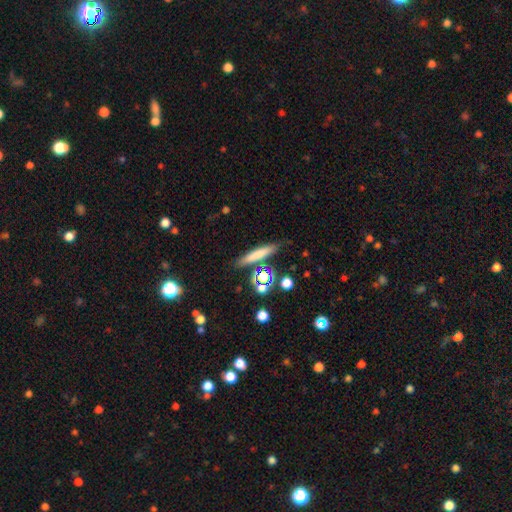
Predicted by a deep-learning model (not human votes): This appears to be a smooth galaxy with no disk features (69%) that is cigar-shaped (87%). Merging: none (81%).